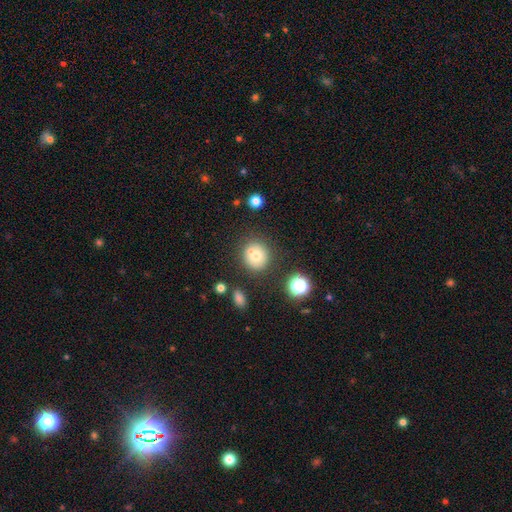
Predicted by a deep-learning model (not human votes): Overall: smooth (69%). How rounded: round (86%). Merging: none (70%).